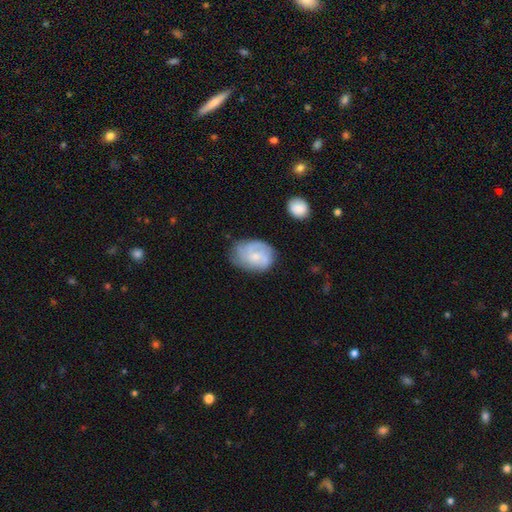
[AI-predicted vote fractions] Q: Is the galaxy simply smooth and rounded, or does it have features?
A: featured or disk — 53%.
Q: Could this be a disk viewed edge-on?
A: no — 97%.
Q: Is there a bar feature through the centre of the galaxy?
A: no — 71%.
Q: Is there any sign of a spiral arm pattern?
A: yes — 76%.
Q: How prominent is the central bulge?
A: small — 62%.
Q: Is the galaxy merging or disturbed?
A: none — 57%.